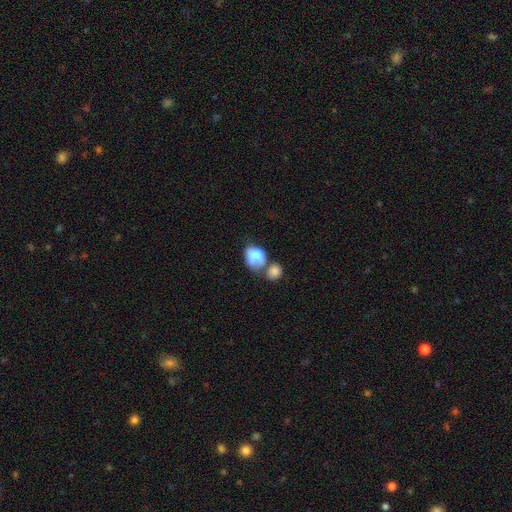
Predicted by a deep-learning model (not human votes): The model was most divided on "merging": merger: 52%, none: 19%, minor disturbance: 15%, major disturbance: 14%. More confident: smooth or featured — smooth (73%); how rounded — in between (68%).